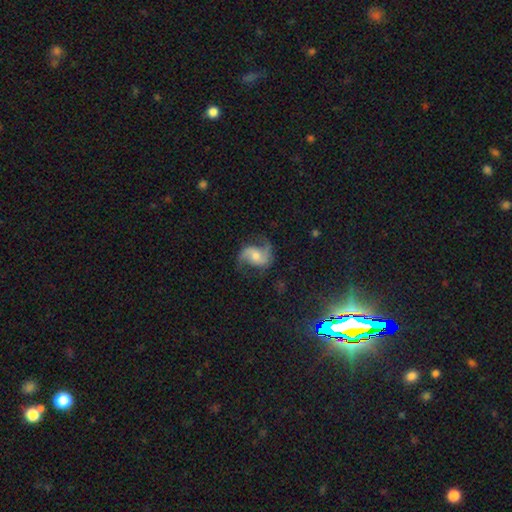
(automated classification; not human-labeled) This is clearly a featured or disk galaxy (81%). It is clearly not viewed edge-on (98%). Bar: possibly no (53%). Spiral arm pattern: clearly yes (96%). Spiral arm count: clearly 2 (91%). Spiral winding: possibly loose (56%). Central bulge: possibly moderate (51%). Merging: likely none (70%).